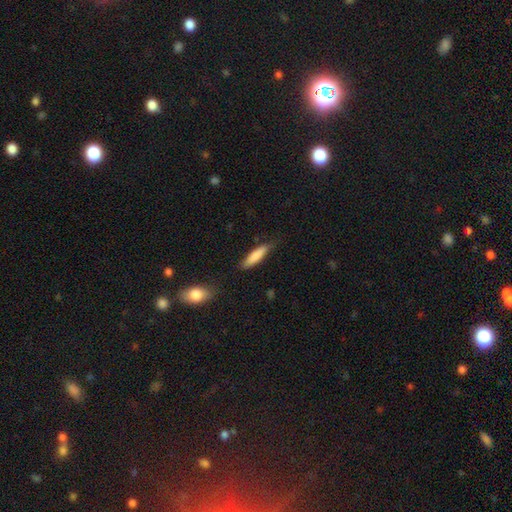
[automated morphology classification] Smooth or featured: smooth — 80% (featured or disk — 14%)
How rounded: cigar-shaped — 75% (in between — 23%)
Merging: none — 79% (minor disturbance — 15%)